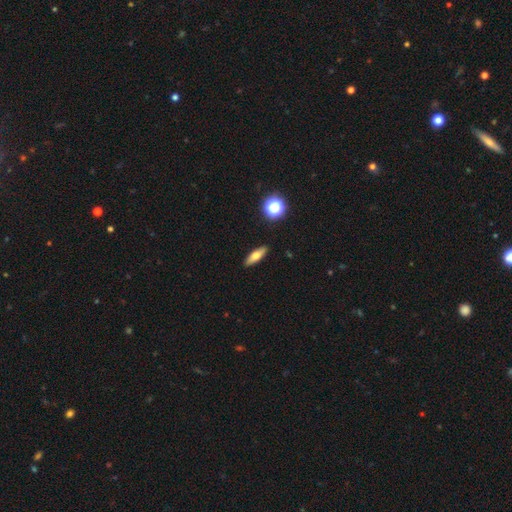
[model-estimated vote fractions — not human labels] This is likely a smooth galaxy (65%). How rounded: possibly cigar-shaped (48%). Merging: clearly none (90%).